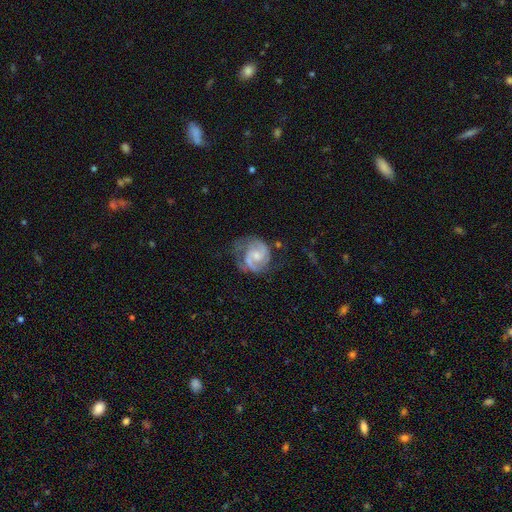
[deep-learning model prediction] Morphology: type=featured or disk (86%); edge-on=no (98%); bar=no (52%); spiral arms=yes (97%); winding=medium (49%); arm count=2 (83%); bulge=small (50%); merging=none (60%).